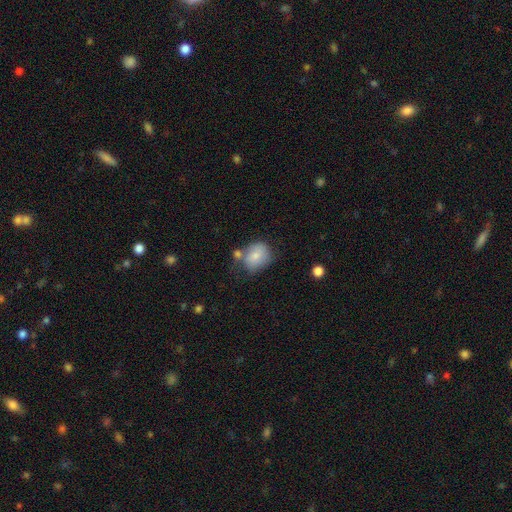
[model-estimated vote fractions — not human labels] smooth_or_featured: smooth (p=0.78) [alt: featured or disk p=0.14]
how_rounded: round (p=0.51) [alt: in between p=0.48]
merging: none (p=0.46) [alt: minor disturbance p=0.24]